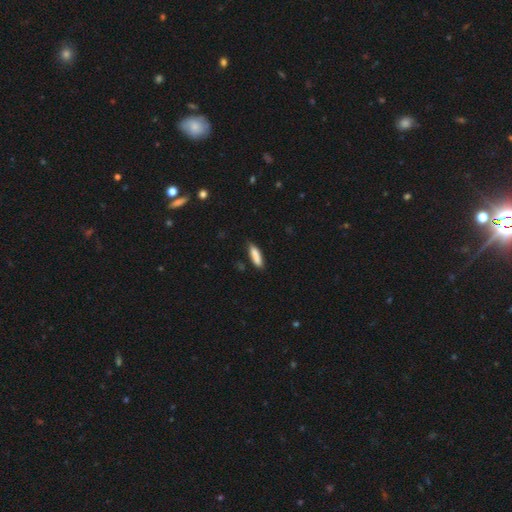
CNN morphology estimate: smooth-or-featured: smooth: 86% | featured or disk: 7% | star or artifact: 6%
  how-rounded: cigar-shaped: 62% | in between: 37% | round: 2%
  merging: none: 78% | minor disturbance: 17% | major disturbance: 3% | merger: 2%